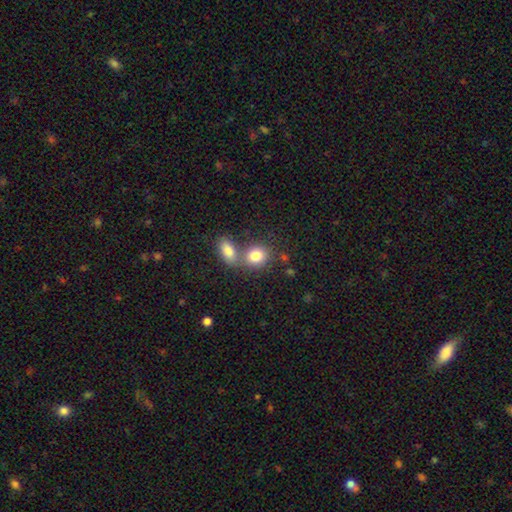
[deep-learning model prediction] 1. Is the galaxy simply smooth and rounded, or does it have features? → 82% smooth, 10% featured or disk, 8% star or artifact.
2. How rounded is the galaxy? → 53% round, 45% in between, 2% cigar-shaped.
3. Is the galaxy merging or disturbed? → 47% merger, 41% none, 9% minor disturbance, 3% major disturbance.